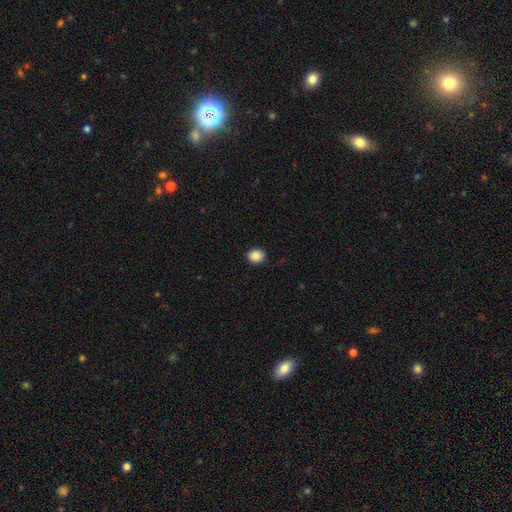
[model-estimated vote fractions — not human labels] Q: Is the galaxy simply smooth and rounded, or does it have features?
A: smooth — 88%.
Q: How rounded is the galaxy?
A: round — 56%.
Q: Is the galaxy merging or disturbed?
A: none — 91%.